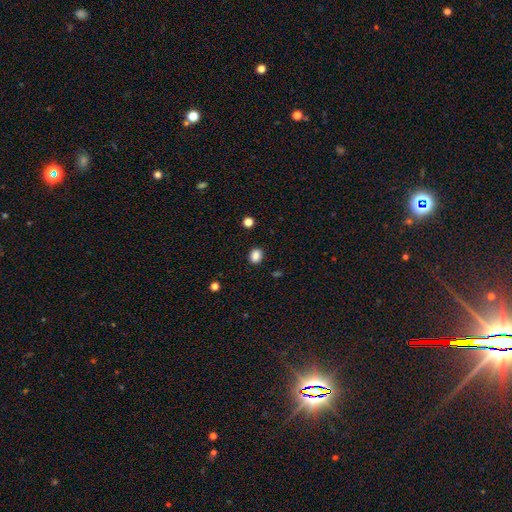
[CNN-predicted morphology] Smooth or featured?
  - smooth: 86% *
  - star or artifact: 10%
  - featured or disk: 4%
How rounded?
  - round: 53% *
  - in between: 46%
  - cigar-shaped: 1%
Merging?
  - none: 89% *
  - minor disturbance: 7%
  - major disturbance: 2%
  - merger: 1%